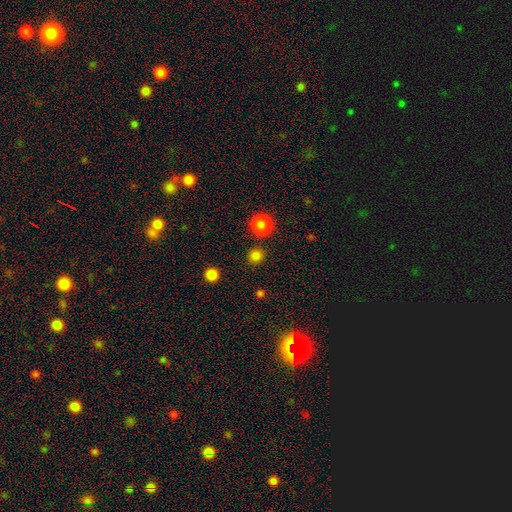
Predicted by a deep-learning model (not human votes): Overall: smooth (81%). How rounded: round (91%). Merging: none (87%).